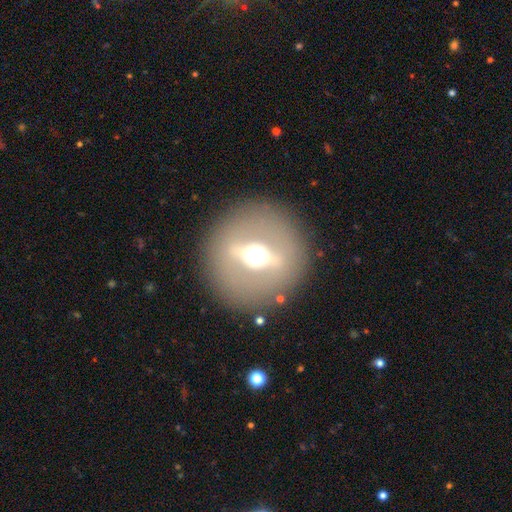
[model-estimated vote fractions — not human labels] Smooth or featured: featured or disk — 62% (smooth — 26%)
Edge-on disk: no — 57% (yes — 43%)
Merging: none — 85% (minor disturbance — 8%)